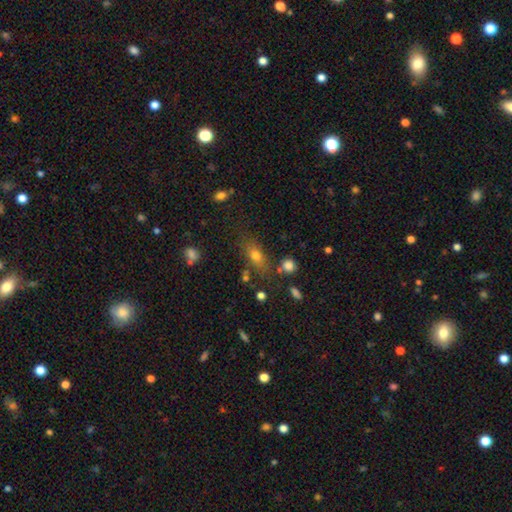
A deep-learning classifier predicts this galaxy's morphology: This appears to be a smooth galaxy with no disk features (69%) that is in between round and cigar-shaped (67%). Merging: none (70%).